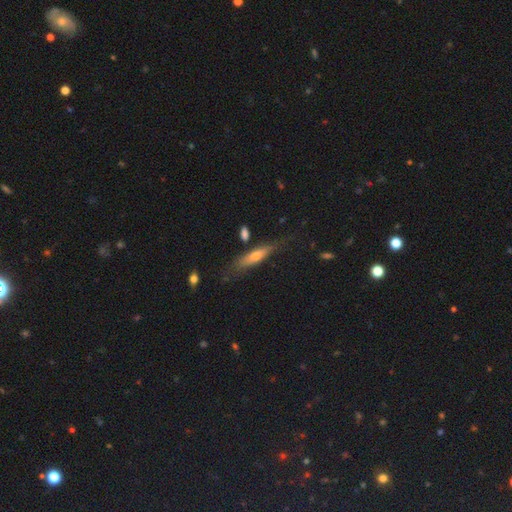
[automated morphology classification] This appears to be a featured or disk galaxy (47%). Merging: none (70%).